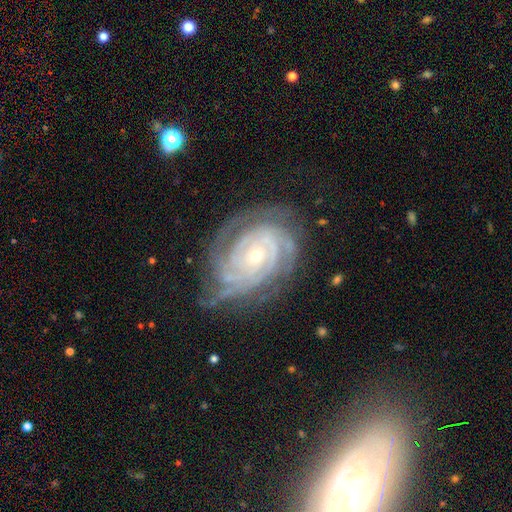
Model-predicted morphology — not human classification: This is clearly a featured or disk galaxy (90%). It is clearly not viewed edge-on (97%). Bar: likely no (72%). Spiral arm pattern: clearly yes (98%). Spiral arm count: marginally 4 (24%). Spiral winding: likely tight (80%). Central bulge: likely small (68%). Merging: likely none (71%).